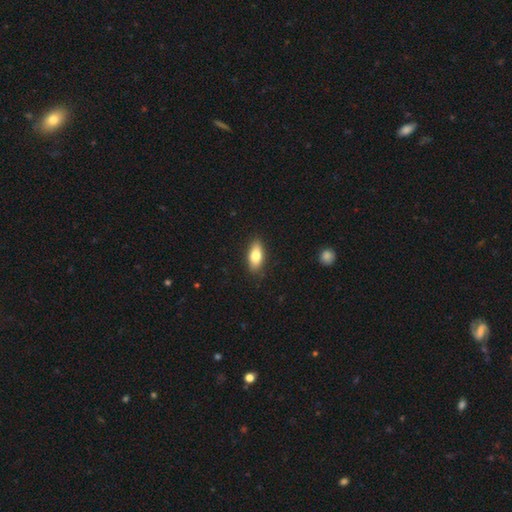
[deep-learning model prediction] This is likely a smooth galaxy (78%). How rounded: clearly in between (81%). Merging: clearly none (86%).